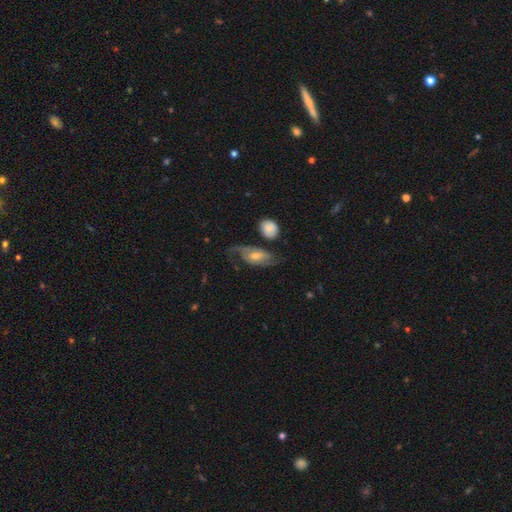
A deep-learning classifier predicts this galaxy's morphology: featured or disk 69%, smooth 24%, star or artifact 7%. Down the decision tree: edge-on disk — no (91%); bar — no (44%); spiral arms — yes (89%); spiral arm count — 2 (87%); spiral winding — loose (58%); bulge size — moderate (50%); merging — none (54%).